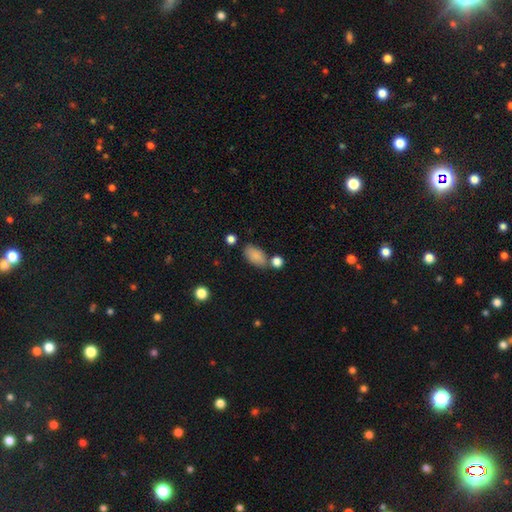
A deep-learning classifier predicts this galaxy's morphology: This is clearly a smooth galaxy (86%). How rounded: clearly in between (93%). Merging: likely none (65%).